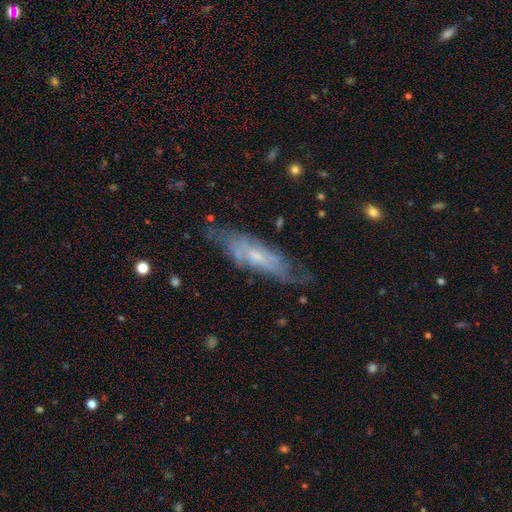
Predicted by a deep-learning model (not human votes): This appears to be a featured or disk galaxy (63%). Merging: none (63%).